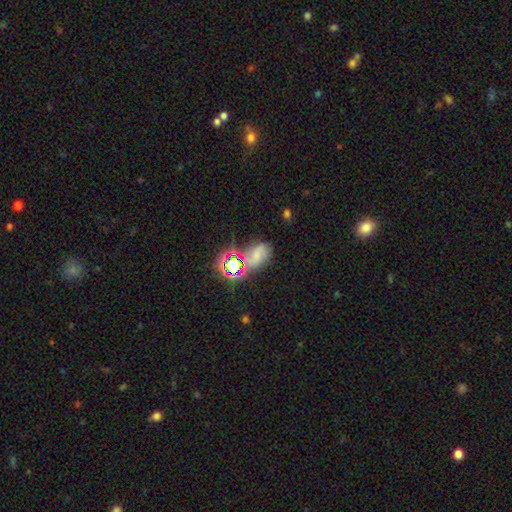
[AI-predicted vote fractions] smooth 43%, star or artifact 33%, featured or disk 25%. Down the decision tree: merging — none (44%).